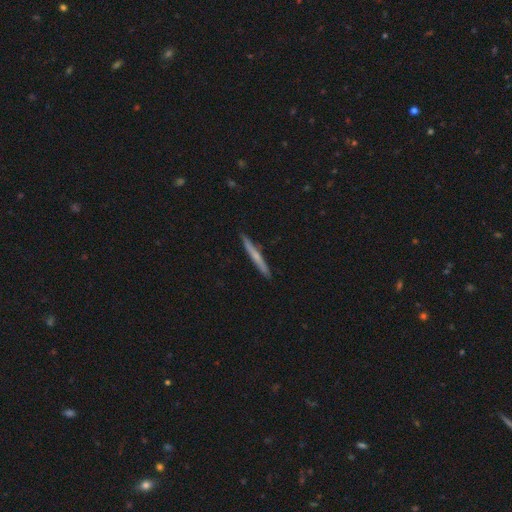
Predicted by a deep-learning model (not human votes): smooth-or-featured: featured or disk: 47% (tied) | smooth: 47% (tied) | star or artifact: 6%
  merging: none: 89% | minor disturbance: 8% | major disturbance: 1% | merger: 1%